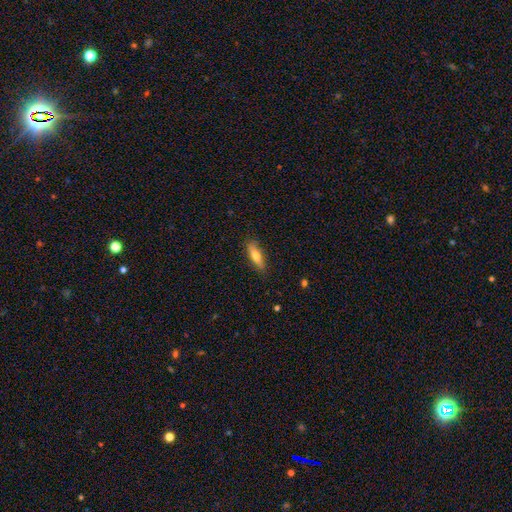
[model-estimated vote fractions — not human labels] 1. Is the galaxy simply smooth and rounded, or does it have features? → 65% smooth, 28% featured or disk, 7% star or artifact.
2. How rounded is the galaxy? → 57% cigar-shaped, 40% in between, 2% round.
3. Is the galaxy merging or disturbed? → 85% none, 12% minor disturbance, 2% major disturbance, 1% merger.